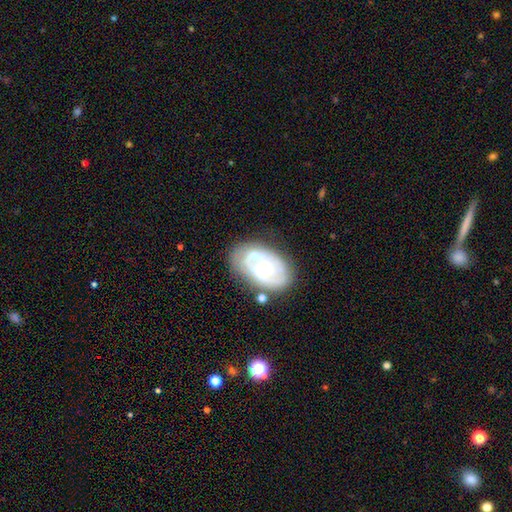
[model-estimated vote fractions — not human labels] Smooth or featured? Predicted: featured or disk (p=0.81). Edge-on disk? Predicted: no (p=0.96). Bar? Predicted: no (p=0.66). Spiral arms? Predicted: yes (p=0.86). Spiral winding? Predicted: tight (p=0.57). Spiral arm count? Predicted: 2 (p=0.40). Bulge size? Predicted: moderate (p=0.57). Merging? Predicted: none (p=0.65).